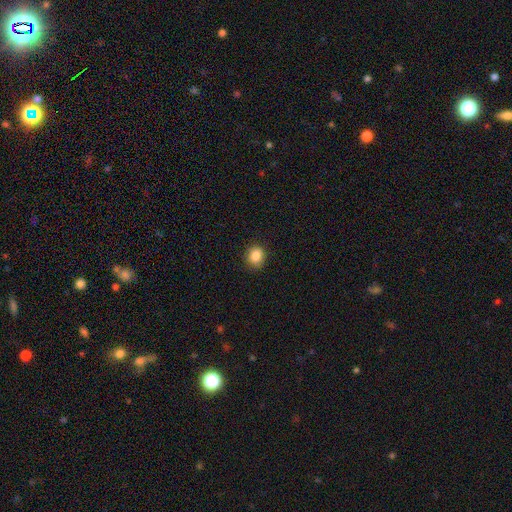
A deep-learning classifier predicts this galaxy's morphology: Smooth or featured?
  - smooth: 87% *
  - star or artifact: 10%
  - featured or disk: 4%
How rounded?
  - round: 69% *
  - in between: 30%
  - cigar-shaped: 1%
Merging?
  - none: 88% *
  - minor disturbance: 9%
  - major disturbance: 2%
  - merger: 1%